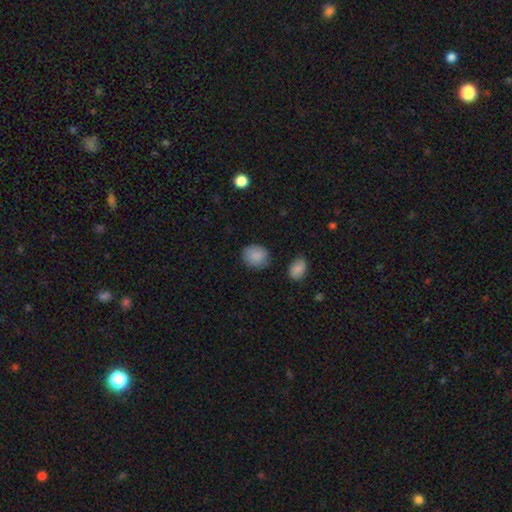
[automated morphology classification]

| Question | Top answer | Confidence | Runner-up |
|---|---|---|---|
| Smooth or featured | smooth | 87% | star or artifact (8%) |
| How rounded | round | 71% | in between (28%) |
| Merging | none | 81% | minor disturbance (13%) |